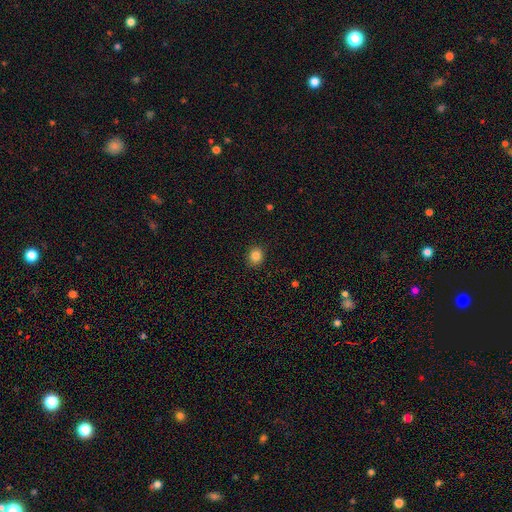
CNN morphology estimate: A smooth galaxy with no disk features (85%) that is round (77%). Merging: none (91%).